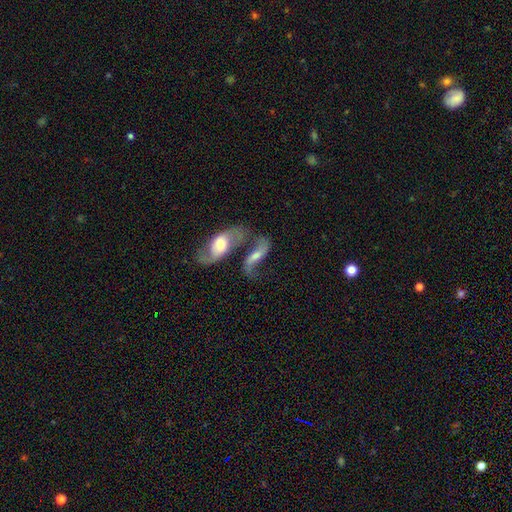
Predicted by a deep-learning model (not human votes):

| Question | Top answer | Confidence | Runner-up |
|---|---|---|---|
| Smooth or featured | featured or disk | 70% | smooth (23%) |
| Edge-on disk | no | 89% | yes (11%) |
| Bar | weak | 43% | no (36%) |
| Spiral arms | yes | 87% | no (13%) |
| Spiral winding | loose | 84% | medium (12%) |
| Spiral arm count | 2 | 88% | 1 (5%) |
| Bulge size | moderate | 48% | small (24%) |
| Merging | merger | 52% | none (26%) |